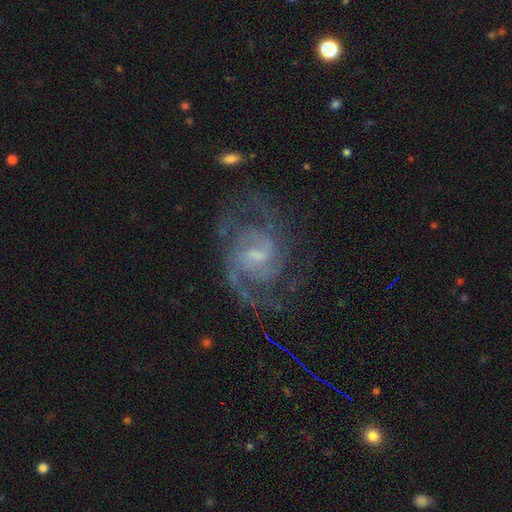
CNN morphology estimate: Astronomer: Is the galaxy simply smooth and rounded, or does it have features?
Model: featured or disk — 89%.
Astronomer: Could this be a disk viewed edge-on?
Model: no — 98%.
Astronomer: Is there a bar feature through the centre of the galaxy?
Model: weak — 61%.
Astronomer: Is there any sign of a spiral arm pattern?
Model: yes — 97%.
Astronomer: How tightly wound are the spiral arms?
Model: medium — 54% (runner-up: tight, 33%).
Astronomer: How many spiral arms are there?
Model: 2 — 65%.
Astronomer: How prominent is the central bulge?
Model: small — 51% (runner-up: moderate, 26%).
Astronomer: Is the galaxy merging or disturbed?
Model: none — 69%.